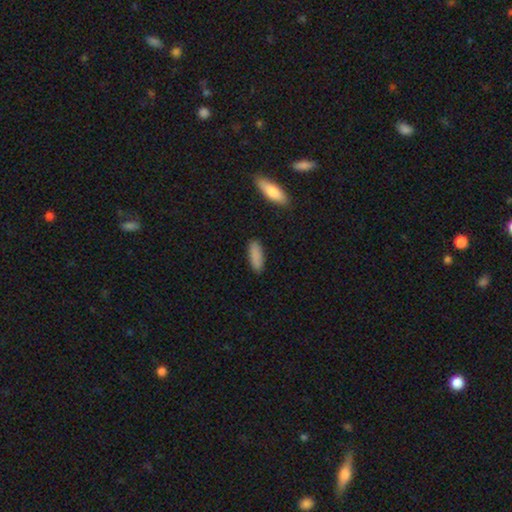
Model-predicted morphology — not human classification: A smooth galaxy with no disk features (87%) that is in between round and cigar-shaped (64%).

Vote fractions:
- Smooth or featured? smooth: 87% / star or artifact: 7% / featured or disk: 6%
- How rounded? in between: 64% / cigar-shaped: 34% / round: 2%
- Merging? none: 86% / minor disturbance: 10% / major disturbance: 2% / merger: 2%